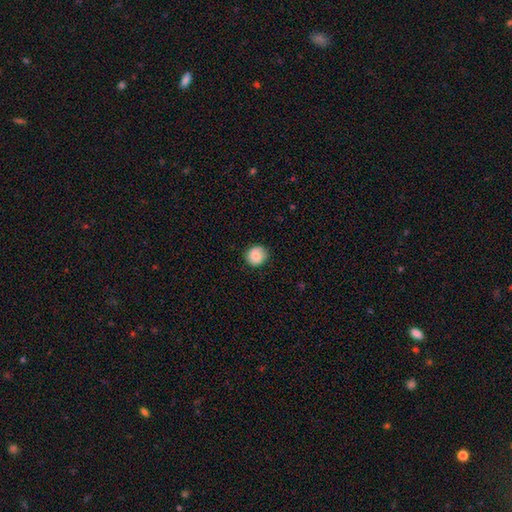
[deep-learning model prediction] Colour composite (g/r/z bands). It shows a smooth galaxy with no disk features (83%) that is round (86%). Merging: none (82%).